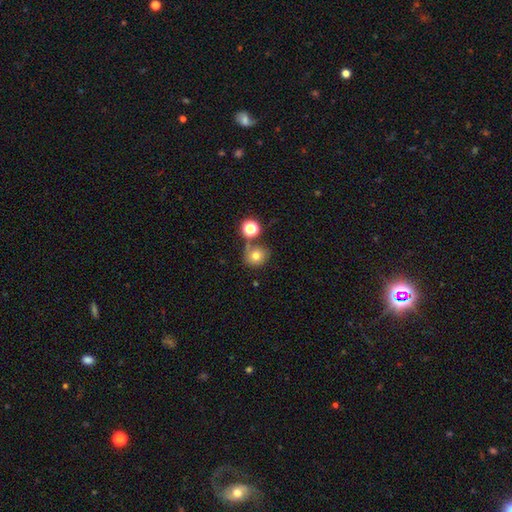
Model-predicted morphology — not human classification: Smooth or featured? Predicted: smooth (p=0.73). How rounded? Predicted: round (p=0.80). Merging? Predicted: none (p=0.66).